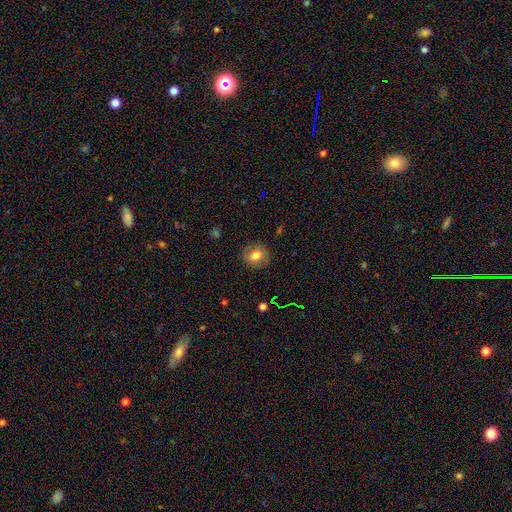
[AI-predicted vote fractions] Smooth or featured?
  - smooth: 74% *
  - featured or disk: 15%
  - star or artifact: 11%
How rounded?
  - round: 78% *
  - in between: 21%
  - cigar-shaped: 1%
Merging?
  - none: 85% *
  - minor disturbance: 11%
  - major disturbance: 3%
  - merger: 1%